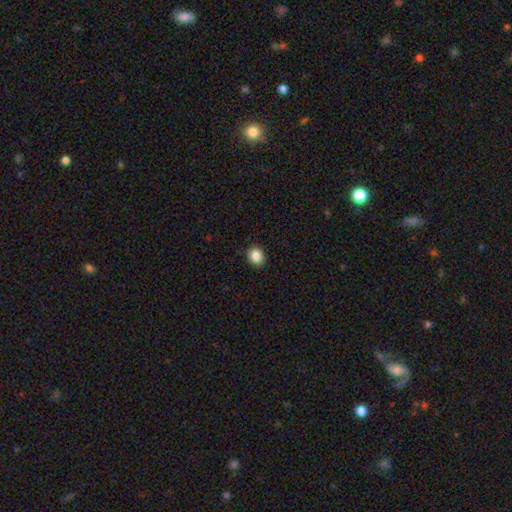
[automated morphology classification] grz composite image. It shows a smooth galaxy with no disk features (86%) that is round (65%). Merging: none (91%).